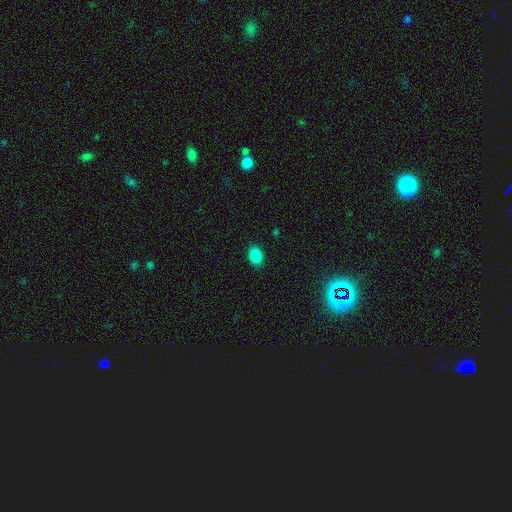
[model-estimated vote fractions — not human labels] smooth-or-featured: smooth: 86% | star or artifact: 11% | featured or disk: 4%
  how-rounded: in between: 75% | round: 24% | cigar-shaped: 1%
  merging: none: 88% | minor disturbance: 8% | major disturbance: 2% | merger: 1%